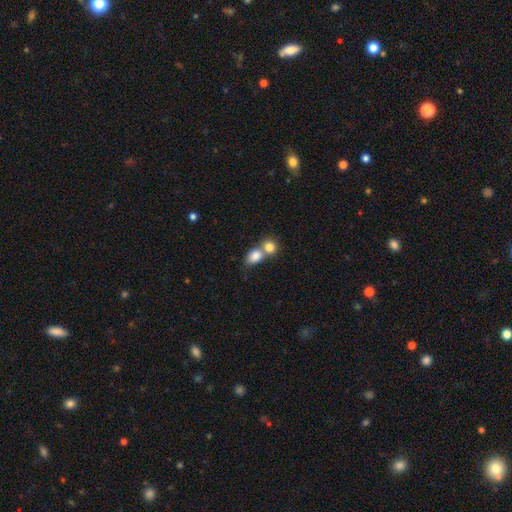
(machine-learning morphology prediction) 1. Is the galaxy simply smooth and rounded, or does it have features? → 83% smooth, 9% featured or disk, 8% star or artifact.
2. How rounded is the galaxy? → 64% in between, 34% round, 2% cigar-shaped.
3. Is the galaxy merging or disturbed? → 61% merger, 29% none, 7% minor disturbance, 3% major disturbance.